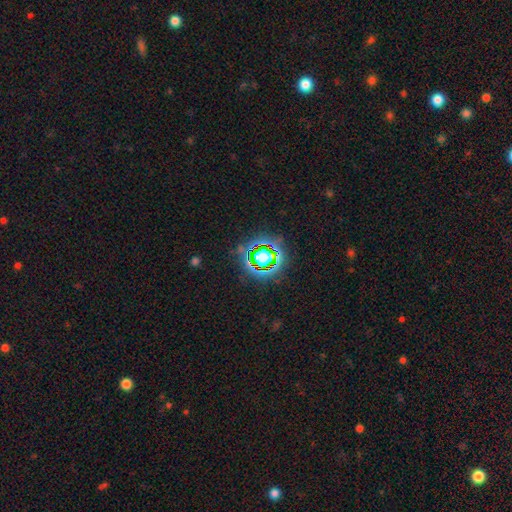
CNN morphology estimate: The model was most divided on "smooth or featured": star or artifact: 77%, smooth: 14%, featured or disk: 9%.